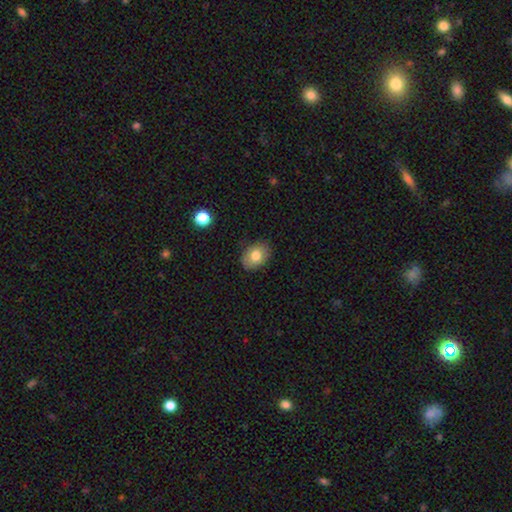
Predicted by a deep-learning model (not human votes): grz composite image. It shows a smooth galaxy with no disk features (77%) that is in between round and cigar-shaped (70%). Merging: none (84%).